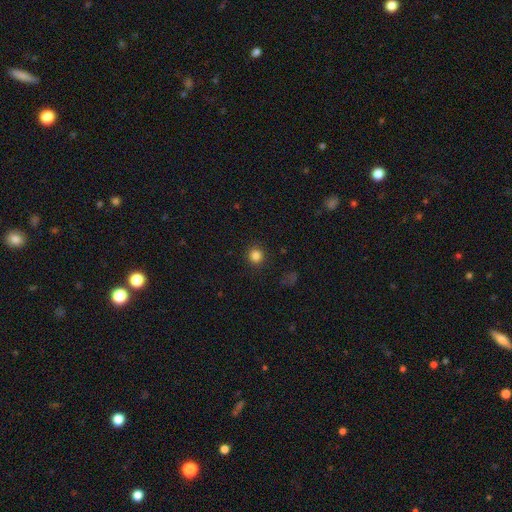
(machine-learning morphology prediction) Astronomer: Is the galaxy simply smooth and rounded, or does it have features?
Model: smooth — 84%.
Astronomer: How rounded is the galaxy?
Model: round — 94%.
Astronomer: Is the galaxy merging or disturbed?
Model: none — 91%.